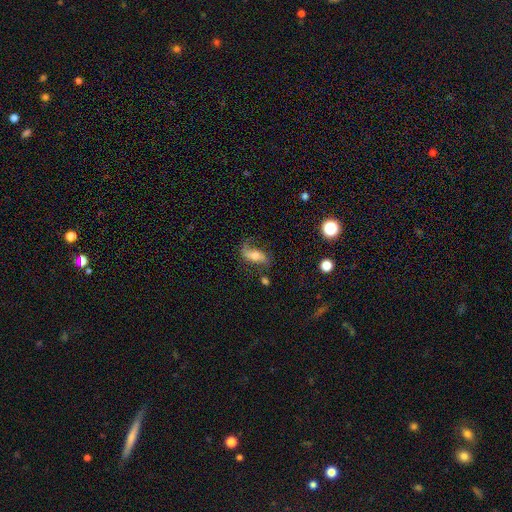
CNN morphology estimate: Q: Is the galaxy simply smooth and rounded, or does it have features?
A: featured or disk — 61%.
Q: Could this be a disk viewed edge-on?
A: no — 87%.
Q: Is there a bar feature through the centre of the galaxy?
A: no — 43%.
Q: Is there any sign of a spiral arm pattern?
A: yes — 88%.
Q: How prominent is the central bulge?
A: moderate — 55%.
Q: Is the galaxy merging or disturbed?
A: none — 59%.